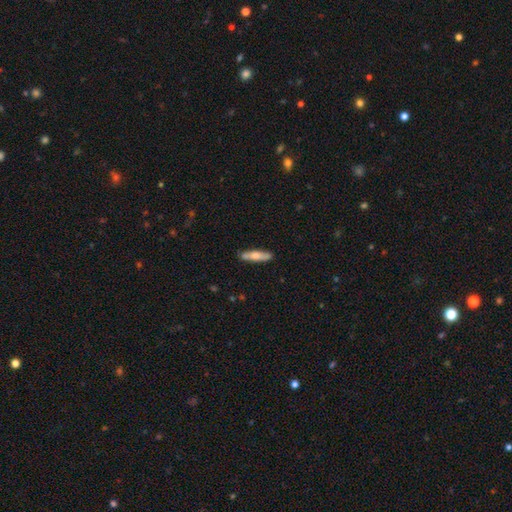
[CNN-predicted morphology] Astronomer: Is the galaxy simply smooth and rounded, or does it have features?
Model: smooth — 65%.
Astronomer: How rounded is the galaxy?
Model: cigar-shaped — 75%.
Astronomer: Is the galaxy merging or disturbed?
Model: none — 81%.